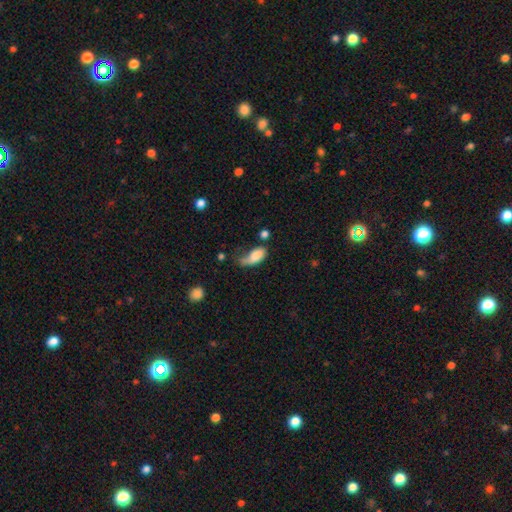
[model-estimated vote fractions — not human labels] Q: Smooth or featured?
A: smooth (78%); runner-up: featured or disk (14%)
Q: How rounded?
A: in between (88%); runner-up: cigar-shaped (7%)
Q: Merging?
A: major disturbance (35%); runner-up: minor disturbance (31%)